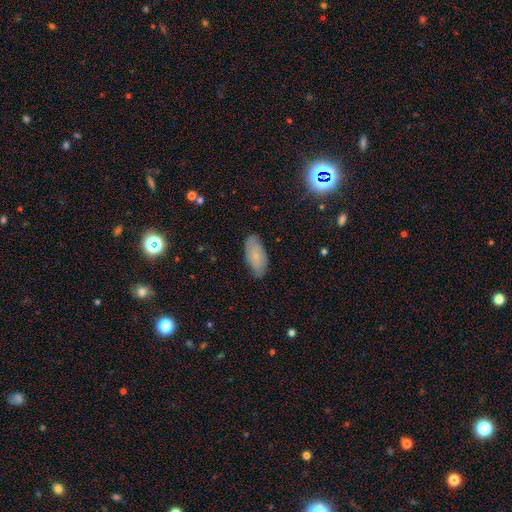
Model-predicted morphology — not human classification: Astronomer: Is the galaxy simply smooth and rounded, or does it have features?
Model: smooth — 67%.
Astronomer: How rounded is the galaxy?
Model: in between — 90%.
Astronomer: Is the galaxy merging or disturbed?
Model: none — 82%.